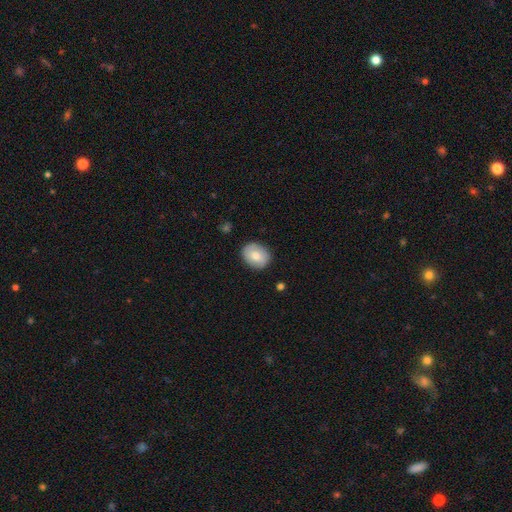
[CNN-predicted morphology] A smooth galaxy with no disk features (72%) that is round (53%). Merging: none (85%).